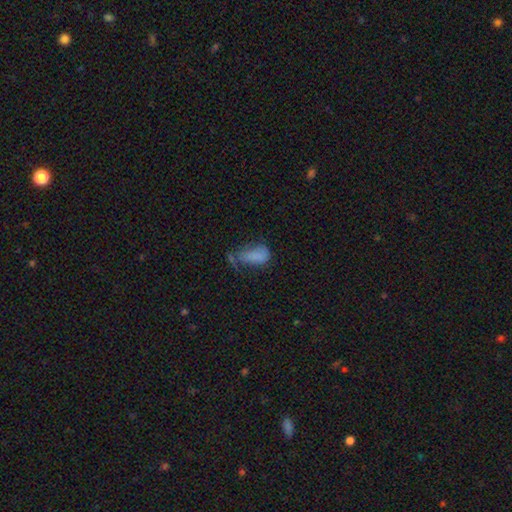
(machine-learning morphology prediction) Q: Smooth or featured?
A: smooth (73%); runner-up: featured or disk (15%)
Q: How rounded?
A: in between (89%); runner-up: cigar-shaped (6%)
Q: Merging?
A: major disturbance (33%); runner-up: none (29%)